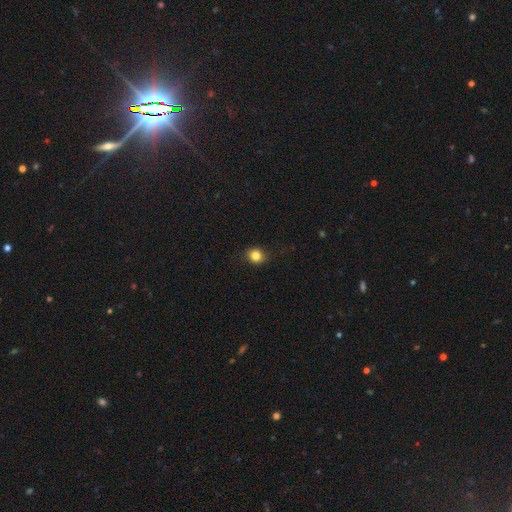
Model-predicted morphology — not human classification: smooth-or-featured: smooth: 83% | star or artifact: 11% | featured or disk: 5%
  how-rounded: round: 80% | in between: 19% | cigar-shaped: 1%
  merging: none: 86% | minor disturbance: 10% | major disturbance: 3% | merger: 1%